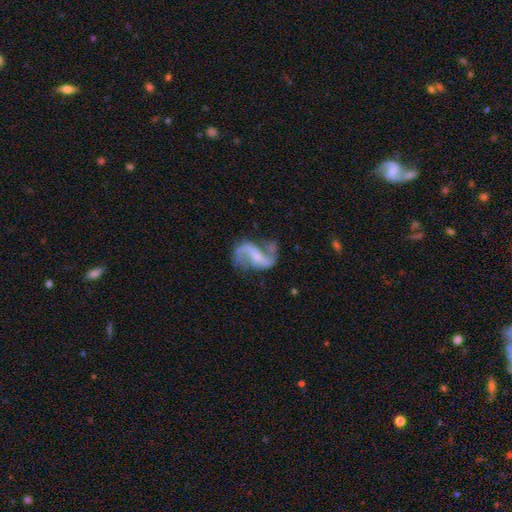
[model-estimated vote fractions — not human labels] Smooth or featured? Predicted: featured or disk (p=0.88). Edge-on disk? Predicted: no (p=0.98). Bar? Predicted: weak (p=0.42). Spiral arms? Predicted: yes (p=0.95). Spiral winding? Predicted: loose (p=0.73). Spiral arm count? Predicted: 2 (p=0.92). Bulge size? Predicted: none (p=0.41). Merging? Predicted: none (p=0.63).